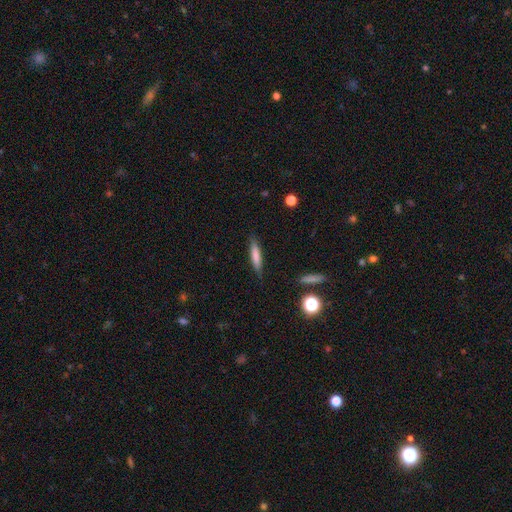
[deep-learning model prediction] Smooth or featured?
  - smooth: 74% *
  - featured or disk: 19%
  - star or artifact: 7%
How rounded?
  - cigar-shaped: 86% *
  - in between: 13%
  - round: 2%
Merging?
  - none: 85% *
  - minor disturbance: 11%
  - major disturbance: 2%
  - merger: 1%